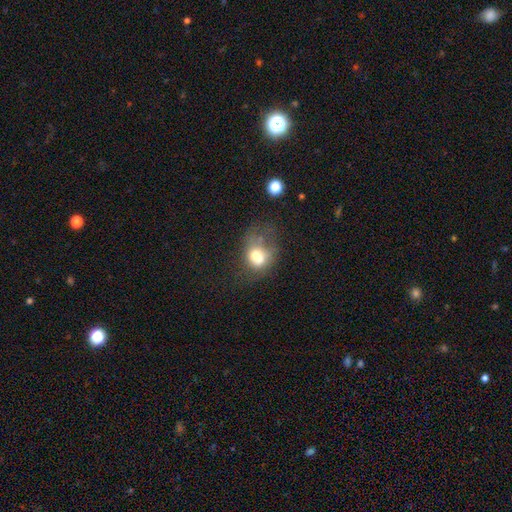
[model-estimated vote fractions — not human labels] A smooth galaxy with no disk features (63%) that is round (50%).

Vote fractions:
- Smooth or featured? smooth: 63% / featured or disk: 25% / star or artifact: 12%
- How rounded? round: 50% / in between: 49% / cigar-shaped: 1%
- Merging? major disturbance: 30% / merger: 28% / none: 23% / minor disturbance: 19%